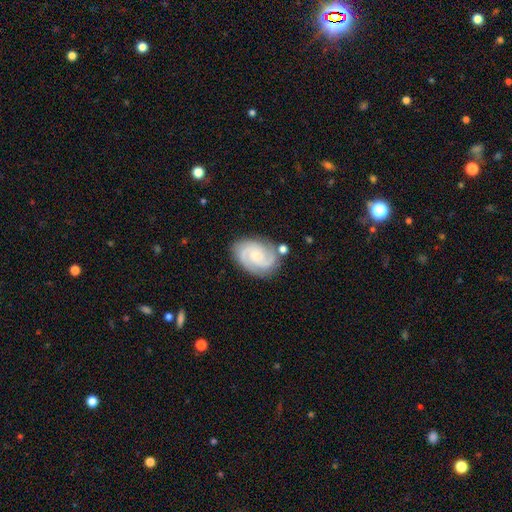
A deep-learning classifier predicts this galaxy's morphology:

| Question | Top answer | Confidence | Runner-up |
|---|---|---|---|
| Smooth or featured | featured or disk | 85% | smooth (10%) |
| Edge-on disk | no | 98% | yes (2%) |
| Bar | no | 59% | weak (35%) |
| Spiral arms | yes | 98% | no (2%) |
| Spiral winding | tight | 46% | medium (45%) |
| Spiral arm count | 2 | 73% | 3 (16%) |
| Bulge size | small | 55% | moderate (34%) |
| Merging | none | 77% | minor disturbance (15%) |